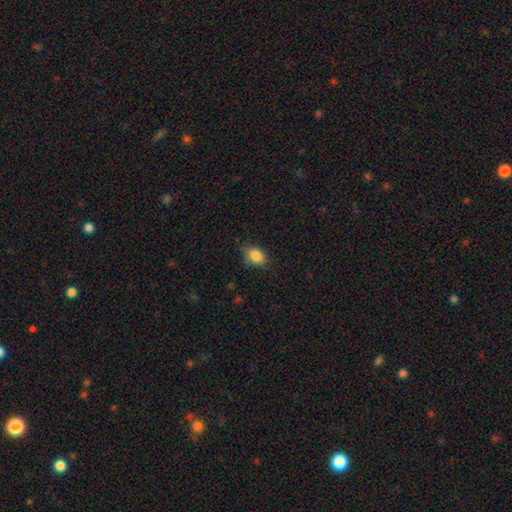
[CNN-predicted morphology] The model was most divided on "merging": none: 70%, minor disturbance: 24%, major disturbance: 4%, merger: 1%. More confident: smooth or featured — smooth (86%); how rounded — in between (75%).